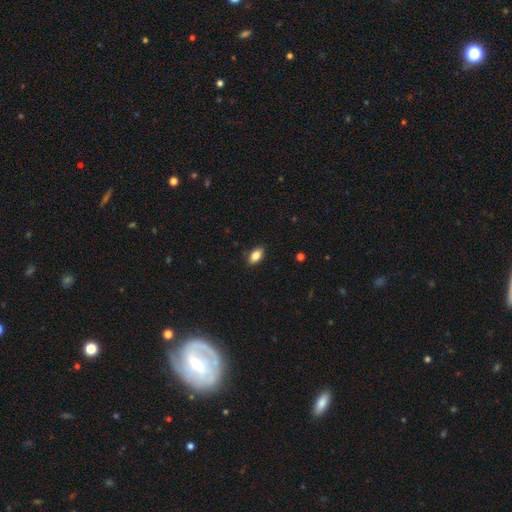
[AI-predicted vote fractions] Smooth or featured? smooth (85%)
How rounded? in between (91%)
Merging? none (87%)